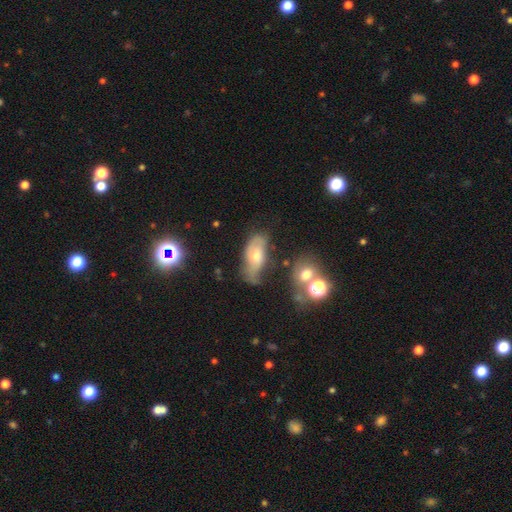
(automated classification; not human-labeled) smooth 48%, featured or disk 41%, star or artifact 12%. Down the decision tree: merging — none (42%).